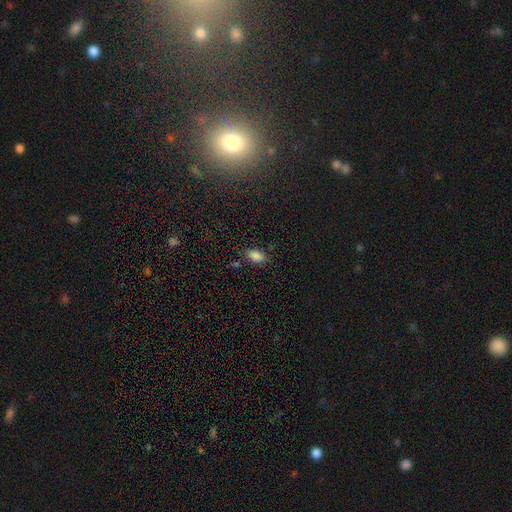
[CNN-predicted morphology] smooth-or-featured: smooth: 84% | star or artifact: 12% | featured or disk: 4%
  how-rounded: in between: 91% | round: 6% | cigar-shaped: 3%
  merging: none: 79% | minor disturbance: 14% | merger: 4% | major disturbance: 3%